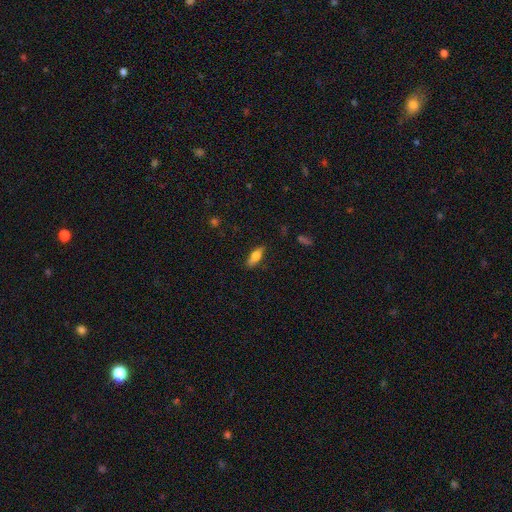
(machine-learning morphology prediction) This is likely a smooth galaxy (65%). How rounded: likely in between (62%). Merging: clearly none (84%).